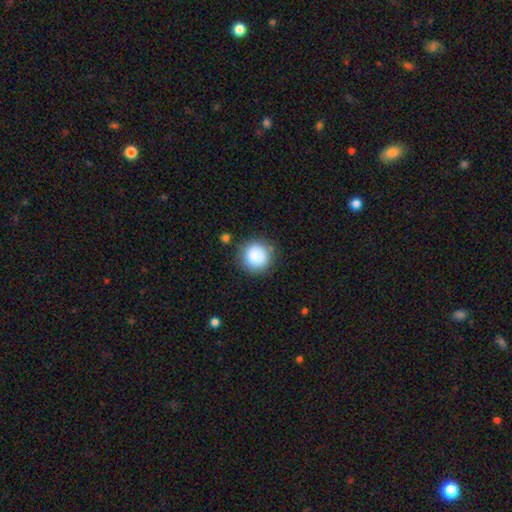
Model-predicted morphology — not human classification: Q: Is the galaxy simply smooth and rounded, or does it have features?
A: smooth — 84%.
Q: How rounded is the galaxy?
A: round — 93%.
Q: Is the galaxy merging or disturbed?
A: none — 81%.